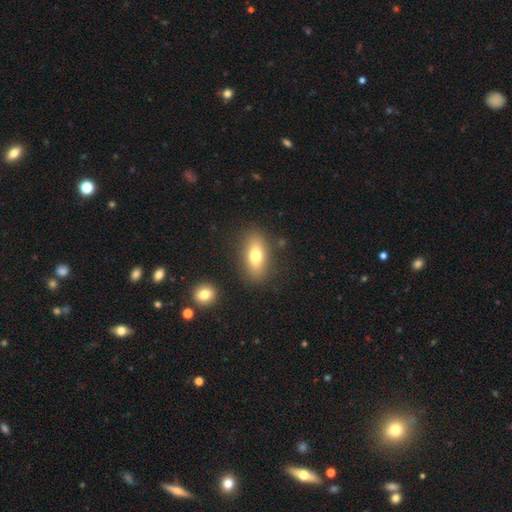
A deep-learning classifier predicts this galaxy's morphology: Q: Smooth or featured?
A: smooth (74%); runner-up: featured or disk (17%)
Q: How rounded?
A: in between (84%); runner-up: cigar-shaped (9%)
Q: Merging?
A: none (83%); runner-up: minor disturbance (10%)